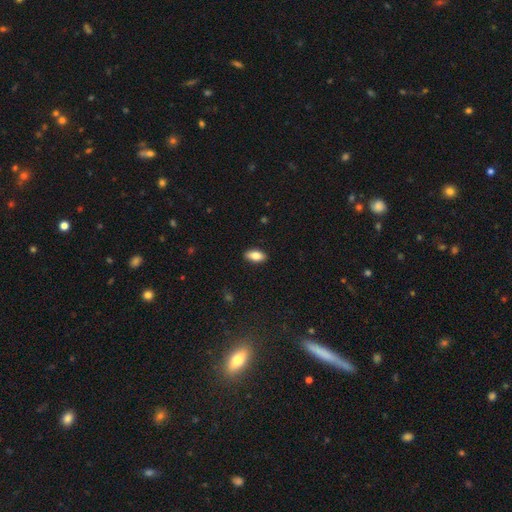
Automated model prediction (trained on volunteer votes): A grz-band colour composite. It shows a smooth galaxy with no disk features (83%) that is in between round and cigar-shaped (90%). Merging: none (89%).